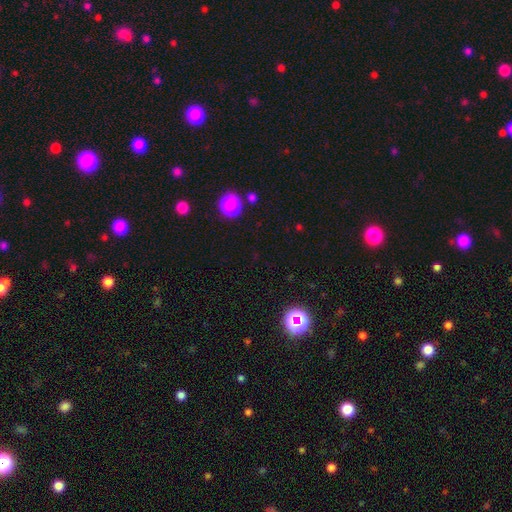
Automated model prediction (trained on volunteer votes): star or artifact 53%, smooth 39%, featured or disk 8%.